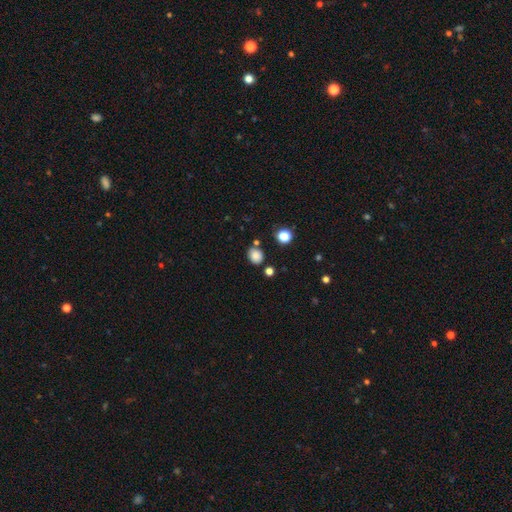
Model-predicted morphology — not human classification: This appears to be a smooth galaxy with no disk features (83%) that is round (69%). Merging: none (78%).